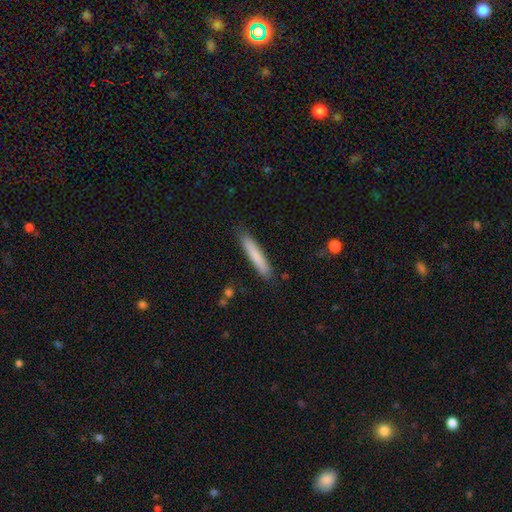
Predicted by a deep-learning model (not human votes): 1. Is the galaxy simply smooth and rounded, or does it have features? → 79% smooth, 16% featured or disk, 6% star or artifact.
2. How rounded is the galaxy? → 93% cigar-shaped, 6% in between, 1% round.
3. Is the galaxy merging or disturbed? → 87% none, 10% minor disturbance, 2% major disturbance, 1% merger.